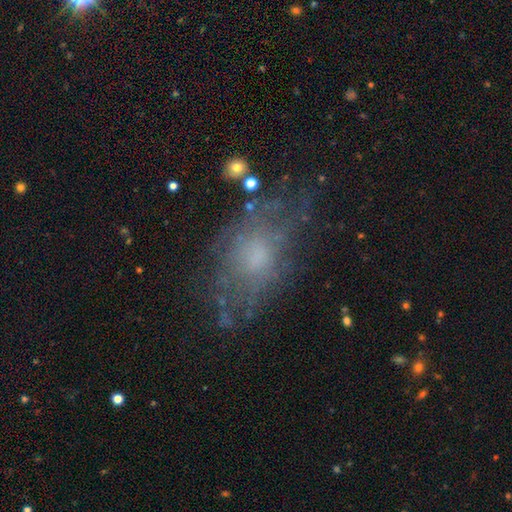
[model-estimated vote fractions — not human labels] Q: Smooth or featured?
A: featured or disk (45%); runner-up: smooth (40%)
Q: Merging?
A: none (55%); runner-up: minor disturbance (23%)